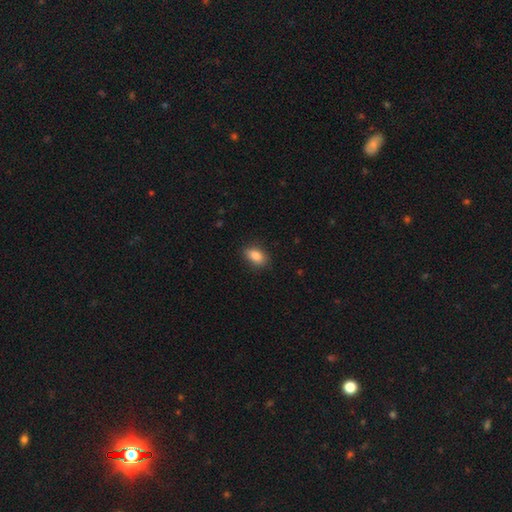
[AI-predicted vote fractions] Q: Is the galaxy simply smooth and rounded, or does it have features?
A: smooth — 85%.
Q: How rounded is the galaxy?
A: in between — 85%.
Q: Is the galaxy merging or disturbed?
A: none — 84%.